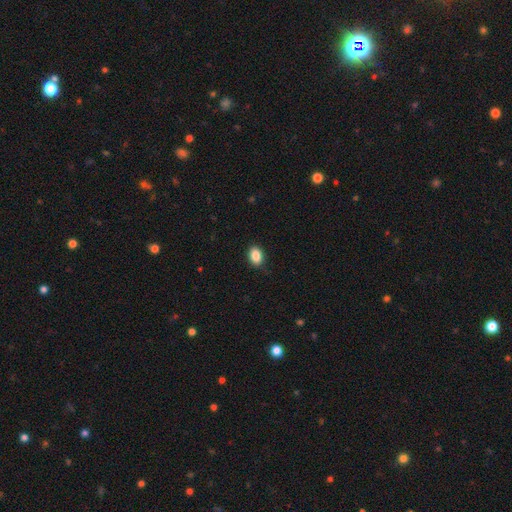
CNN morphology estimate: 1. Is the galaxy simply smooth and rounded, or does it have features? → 88% smooth, 8% star or artifact, 4% featured or disk.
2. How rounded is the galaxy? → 81% in between, 18% round, 1% cigar-shaped.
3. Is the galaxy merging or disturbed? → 87% none, 10% minor disturbance, 2% major disturbance, 1% merger.